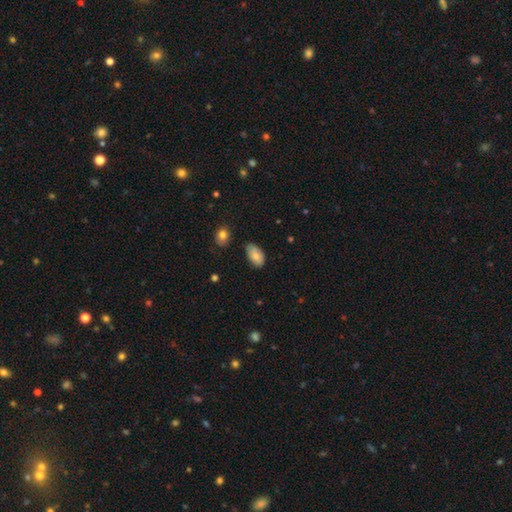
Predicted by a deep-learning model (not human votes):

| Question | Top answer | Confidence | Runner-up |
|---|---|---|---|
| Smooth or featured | smooth | 79% | featured or disk (13%) |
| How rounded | in between | 94% | round (4%) |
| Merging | none | 67% | minor disturbance (27%) |